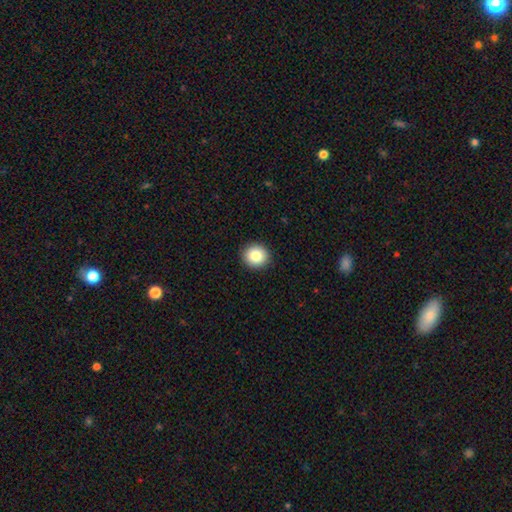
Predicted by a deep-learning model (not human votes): This appears to be a smooth galaxy with no disk features (84%) that is round (91%). Merging: none (93%).